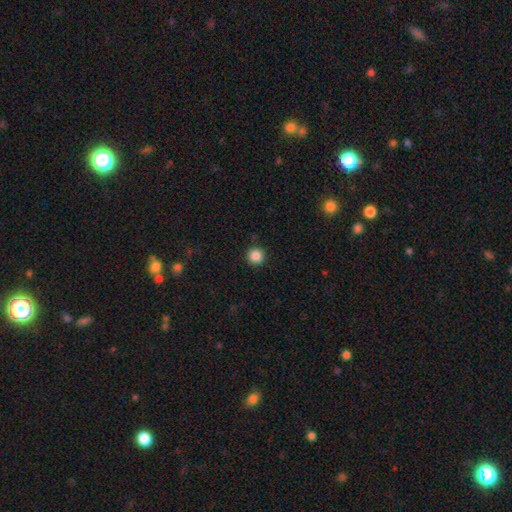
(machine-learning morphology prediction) The model was most divided on "smooth or featured": smooth: 86%, star or artifact: 11%, featured or disk: 3%. More confident: how rounded — round (95%); merging — none (92%).